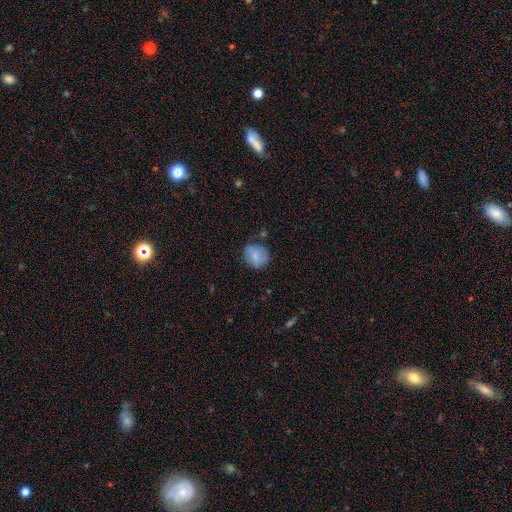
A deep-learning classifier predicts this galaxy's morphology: smooth-or-featured: smooth: 77% | featured or disk: 15% | star or artifact: 8%
  how-rounded: round: 67% | in between: 32% | cigar-shaped: 1%
  merging: none: 64% | minor disturbance: 26% | major disturbance: 7% | merger: 3%